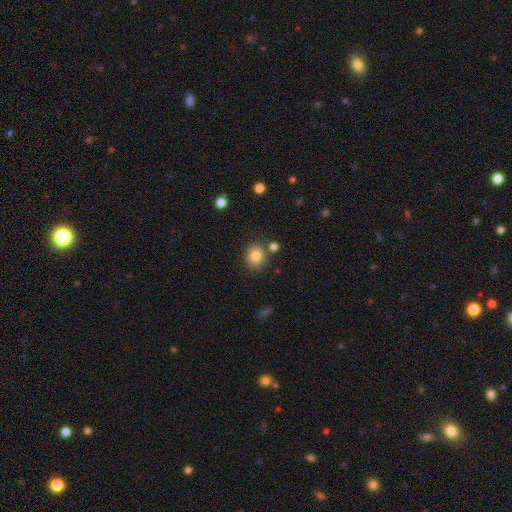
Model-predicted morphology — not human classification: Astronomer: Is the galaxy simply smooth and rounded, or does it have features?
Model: smooth — 83%.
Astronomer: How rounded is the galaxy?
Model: round — 74%.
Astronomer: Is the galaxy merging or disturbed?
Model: none — 78%.